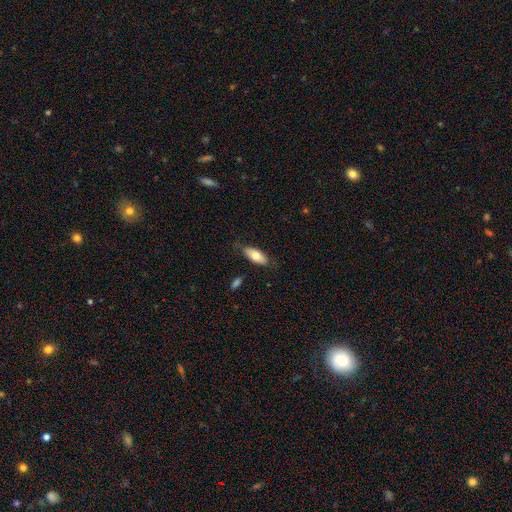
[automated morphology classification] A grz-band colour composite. It shows a smooth galaxy with no disk features (73%) that is in between round and cigar-shaped (85%). Merging: none (75%).